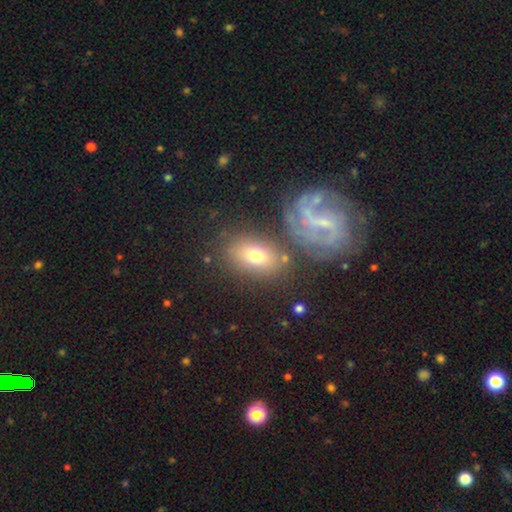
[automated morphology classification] smooth 58%, featured or disk 32%, star or artifact 10%. Down the decision tree: how rounded — in between (81%); merging — none (70%).